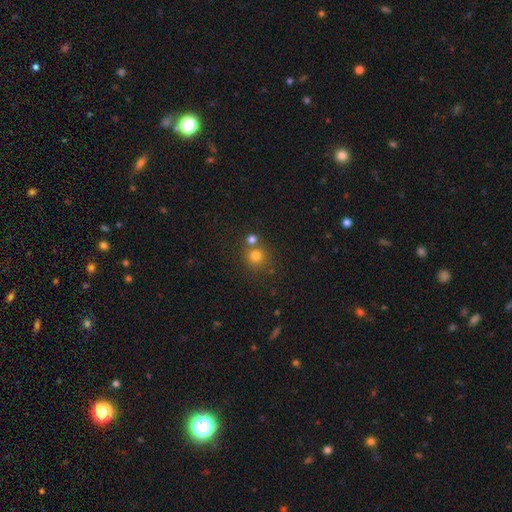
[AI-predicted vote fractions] A smooth galaxy with no disk features (76%) that is round (91%). Merging: none (65%).